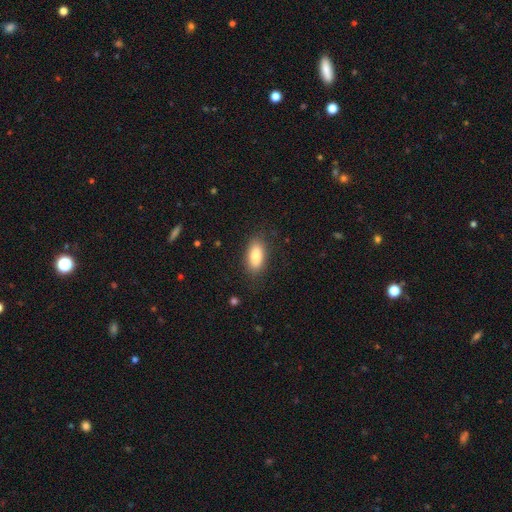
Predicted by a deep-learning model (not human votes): This appears to be a smooth galaxy with no disk features (84%) that is in between round and cigar-shaped (86%). Merging: none (84%).